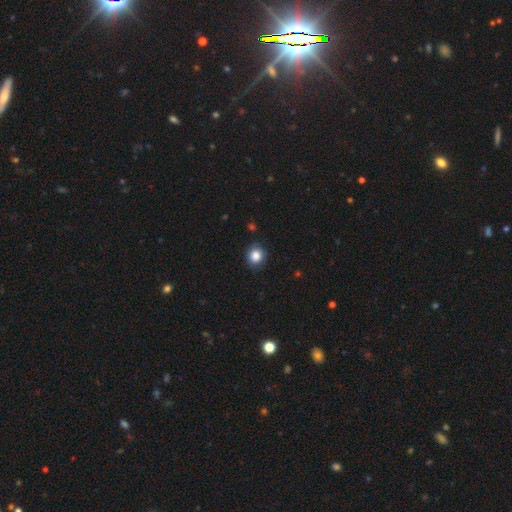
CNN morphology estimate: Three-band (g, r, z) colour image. It shows a smooth galaxy with no disk features (86%) that is round (85%). Merging: none (88%).